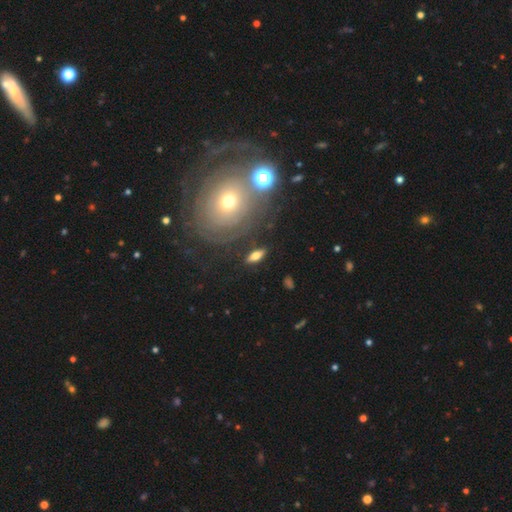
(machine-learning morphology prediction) This appears to be a smooth galaxy with no disk features (63%) that is in between round and cigar-shaped (68%). Merging: none (84%).